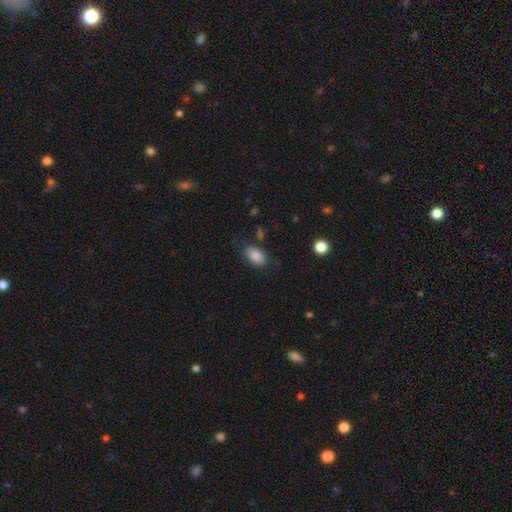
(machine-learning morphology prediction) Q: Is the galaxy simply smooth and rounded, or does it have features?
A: smooth — 87%.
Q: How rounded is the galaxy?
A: in between — 91%.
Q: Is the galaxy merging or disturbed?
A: none — 78%.